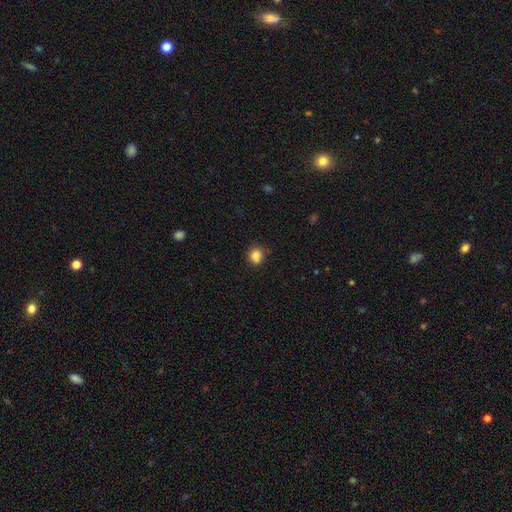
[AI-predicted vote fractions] Morphology: type=smooth (83%); roundness=round (79%); merging=none (68%).